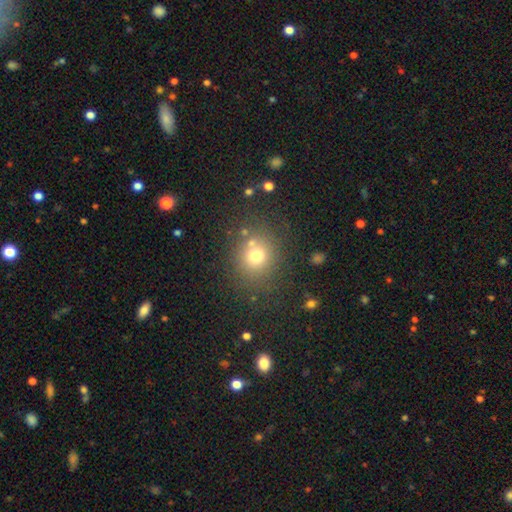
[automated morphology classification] Overall: smooth (73%). How rounded: round (79%). Merging: none (75%).